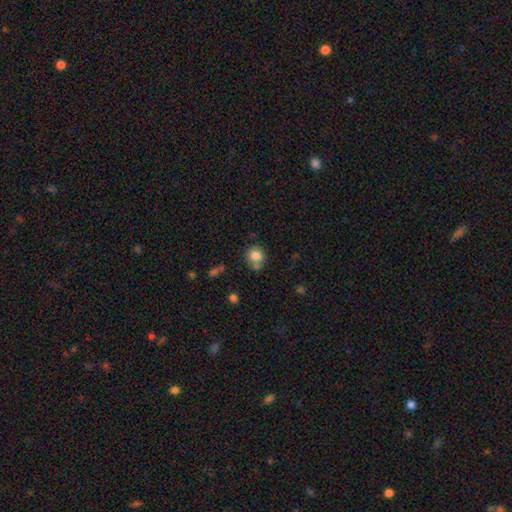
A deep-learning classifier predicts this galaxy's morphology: Q: Smooth or featured?
A: smooth (81%); runner-up: star or artifact (10%)
Q: How rounded?
A: round (80%); runner-up: in between (19%)
Q: Merging?
A: none (59%); runner-up: merger (19%)